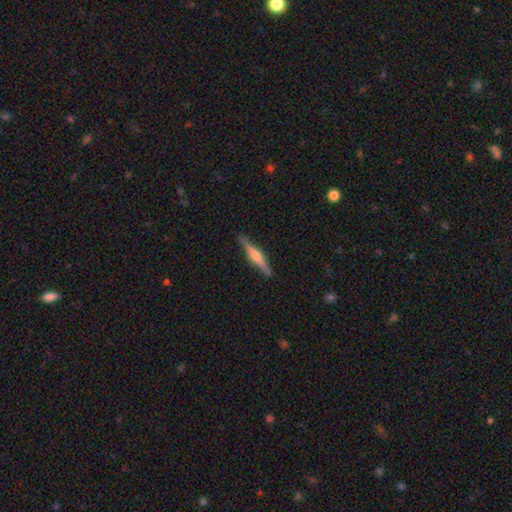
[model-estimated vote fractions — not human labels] Smooth or featured: featured or disk — 71% (smooth — 23%)
Edge-on disk: yes — 98% (no — 2%)
Edge-on bulge: rounded — 83% (boxy — 11%)
Merging: none — 91% (minor disturbance — 7%)